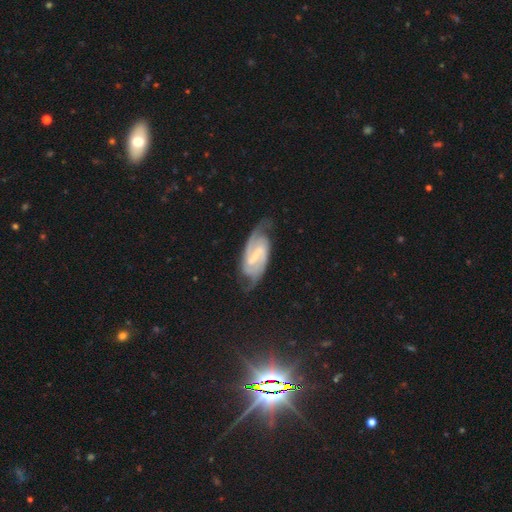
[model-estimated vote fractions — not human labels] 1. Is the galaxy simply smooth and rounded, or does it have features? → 87% featured or disk, 7% smooth, 6% star or artifact.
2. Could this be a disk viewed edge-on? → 96% no, 4% yes.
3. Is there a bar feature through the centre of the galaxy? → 45% strong, 43% weak, 13% no.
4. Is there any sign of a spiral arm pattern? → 97% yes, 3% no.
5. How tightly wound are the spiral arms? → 51% medium, 33% tight, 16% loose.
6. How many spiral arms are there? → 90% 2, 4% can't tell, 2% 3, 1% 1, 1% 4, 1% more than 4.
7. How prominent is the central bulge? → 60% small, 20% moderate, 17% none, 2% large, 1% dominant.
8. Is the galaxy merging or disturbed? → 74% none, 17% minor disturbance, 7% major disturbance, 2% merger.